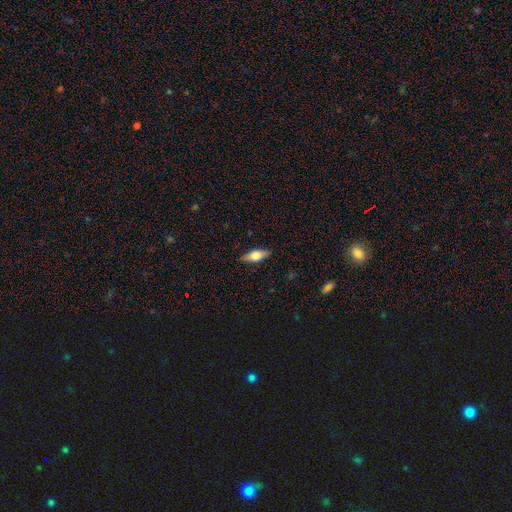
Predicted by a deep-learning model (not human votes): The model was most divided on "smooth or featured": smooth: 59%, featured or disk: 34%, star or artifact: 7%. More confident: merging — none (88%); how rounded — in between (66%).